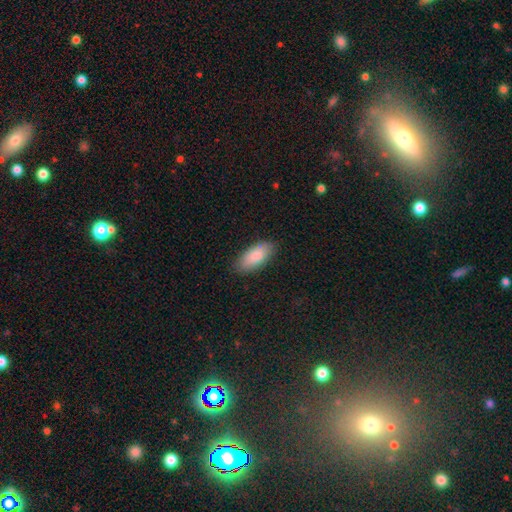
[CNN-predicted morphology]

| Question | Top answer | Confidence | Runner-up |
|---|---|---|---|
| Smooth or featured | smooth | 86% | featured or disk (8%) |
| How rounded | in between | 89% | cigar-shaped (9%) |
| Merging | none | 84% | minor disturbance (12%) |